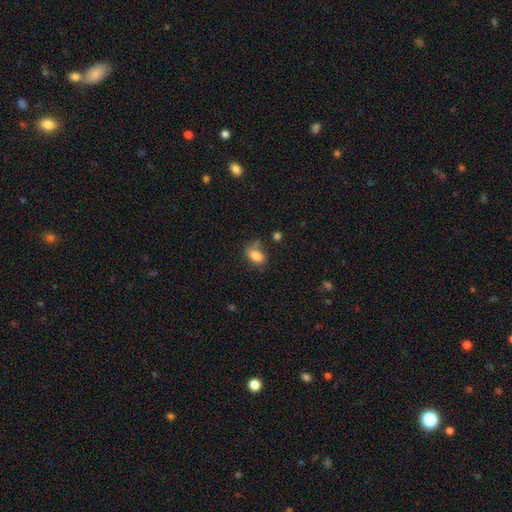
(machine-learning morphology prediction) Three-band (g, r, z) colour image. It shows a smooth galaxy with no disk features (82%) that is in between round and cigar-shaped (86%). Merging: none (52%).